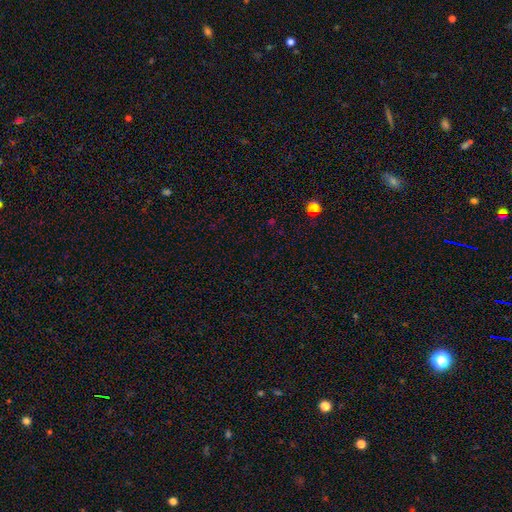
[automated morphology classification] Smooth or featured? Predicted: star or artifact (p=0.66).